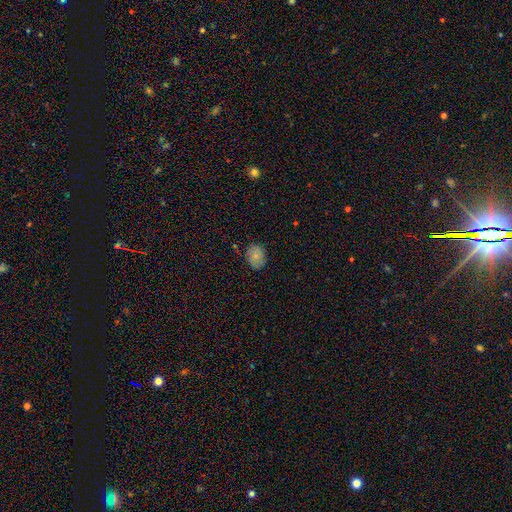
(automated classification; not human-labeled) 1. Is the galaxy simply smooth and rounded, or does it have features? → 80% smooth, 11% featured or disk, 9% star or artifact.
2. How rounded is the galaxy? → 65% in between, 34% round, 1% cigar-shaped.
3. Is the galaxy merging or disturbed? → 80% none, 16% minor disturbance, 3% major disturbance, 2% merger.